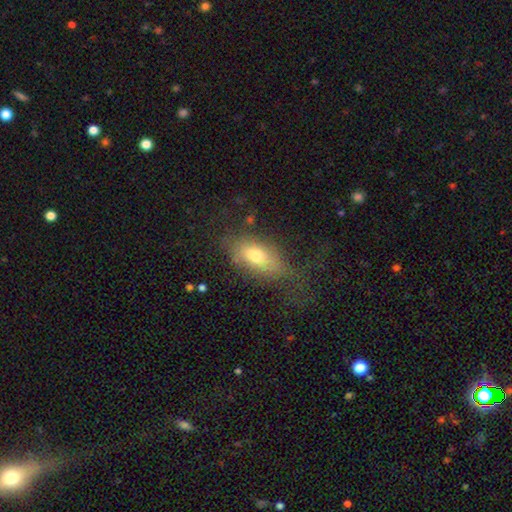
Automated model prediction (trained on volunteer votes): smooth 71%, featured or disk 19%, star or artifact 10%. Down the decision tree: how rounded — in between (85%); merging — none (51%).